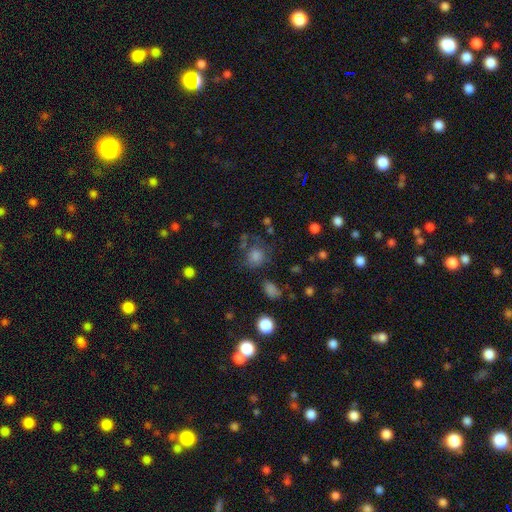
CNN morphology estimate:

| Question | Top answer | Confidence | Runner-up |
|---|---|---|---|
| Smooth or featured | smooth | 69% | star or artifact (19%) |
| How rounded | round | 80% | in between (19%) |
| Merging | none | 64% | minor disturbance (18%) |